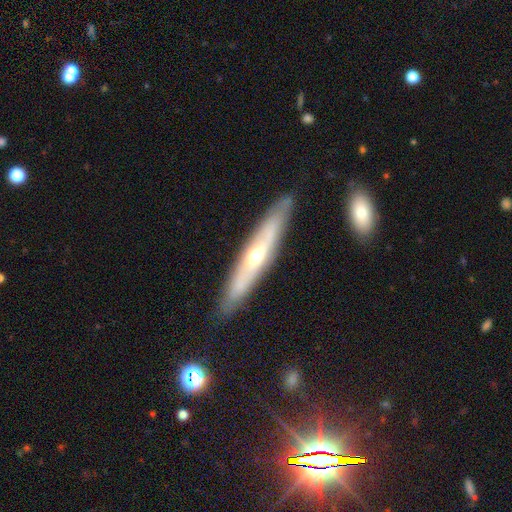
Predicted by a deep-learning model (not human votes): Q: Smooth or featured?
A: featured or disk (64%); runner-up: smooth (29%)
Q: Edge-on disk?
A: yes (69%); runner-up: no (31%)
Q: Merging?
A: none (85%); runner-up: minor disturbance (11%)